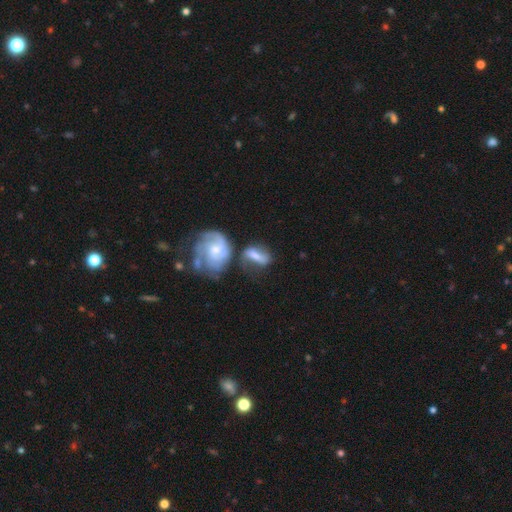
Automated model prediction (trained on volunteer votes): smooth_or_featured: smooth (p=0.46) [alt: featured or disk p=0.45]
merging: none (p=0.35) [alt: merger p=0.30]